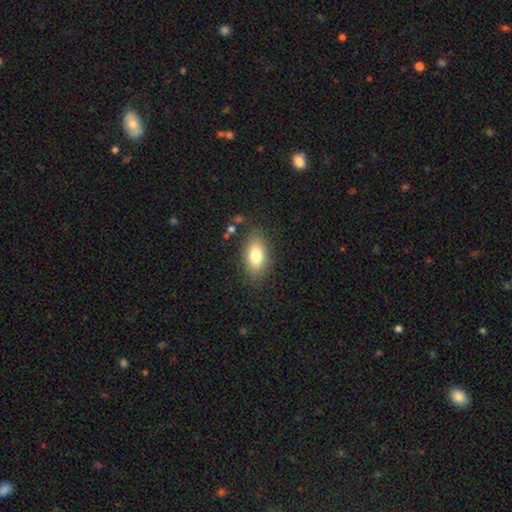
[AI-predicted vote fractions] A smooth galaxy with no disk features (79%) that is in between round and cigar-shaped (88%).

Vote fractions:
- Smooth or featured? smooth: 79% / featured or disk: 13% / star or artifact: 8%
- How rounded? in between: 88% / round: 7% / cigar-shaped: 4%
- Merging? none: 81% / minor disturbance: 13% / major disturbance: 4% / merger: 2%